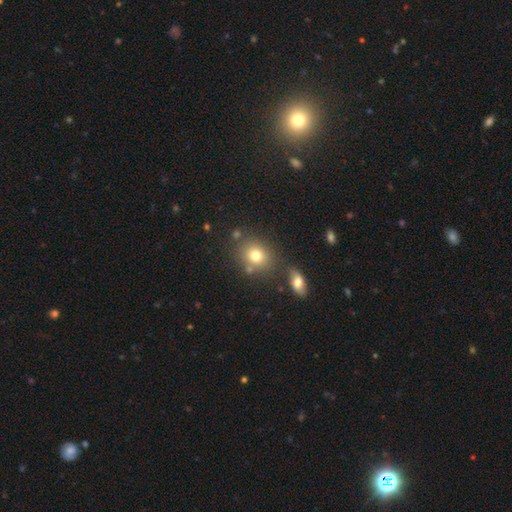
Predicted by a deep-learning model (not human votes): smooth-or-featured: smooth: 77% | star or artifact: 12% | featured or disk: 11%
  how-rounded: round: 67% | in between: 32% | cigar-shaped: 1%
  merging: none: 73% | merger: 12% | minor disturbance: 11% | major disturbance: 4%